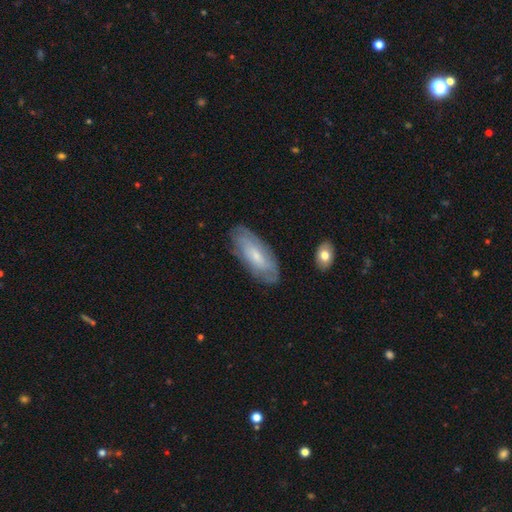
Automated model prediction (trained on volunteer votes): This appears to be a featured or disk galaxy (48%). Merging: none (79%).